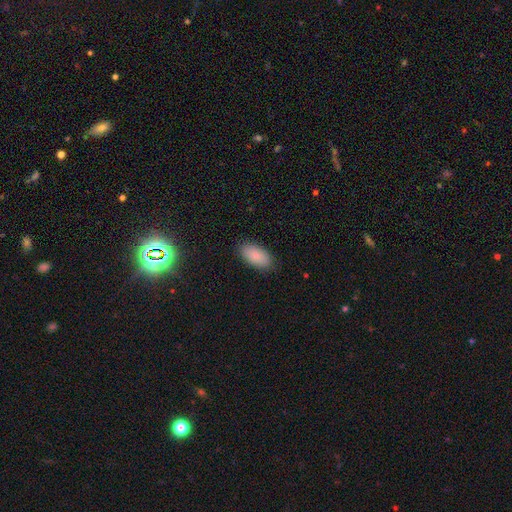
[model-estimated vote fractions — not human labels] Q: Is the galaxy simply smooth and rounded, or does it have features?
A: smooth — 86%.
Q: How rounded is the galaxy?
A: in between — 94%.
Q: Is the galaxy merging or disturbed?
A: none — 87%.